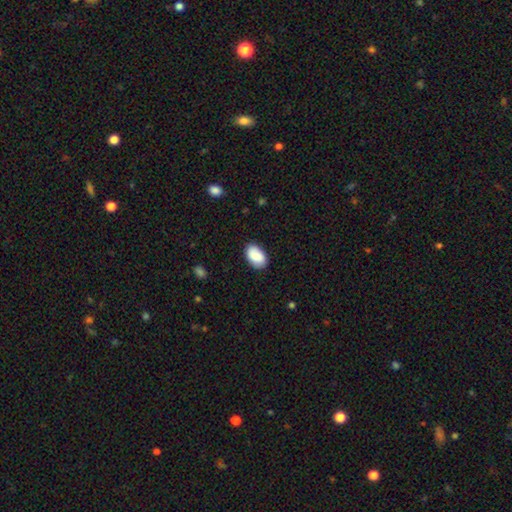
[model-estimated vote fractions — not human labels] Morphology: type=smooth (88%); roundness=in between (92%); merging=none (83%).